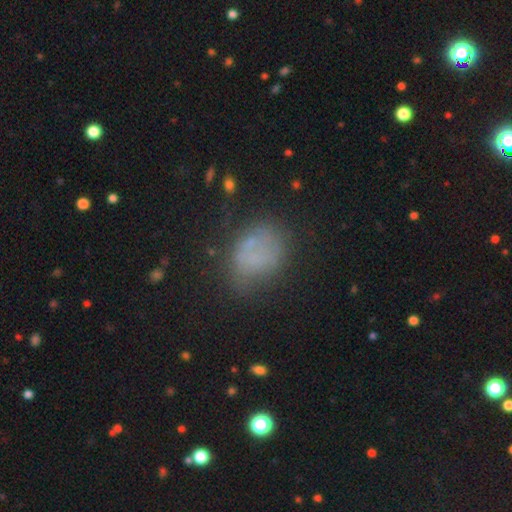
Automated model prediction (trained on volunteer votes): Q: Smooth or featured?
A: smooth (65%); runner-up: featured or disk (19%)
Q: How rounded?
A: in between (60%); runner-up: round (39%)
Q: Merging?
A: none (61%); runner-up: minor disturbance (22%)